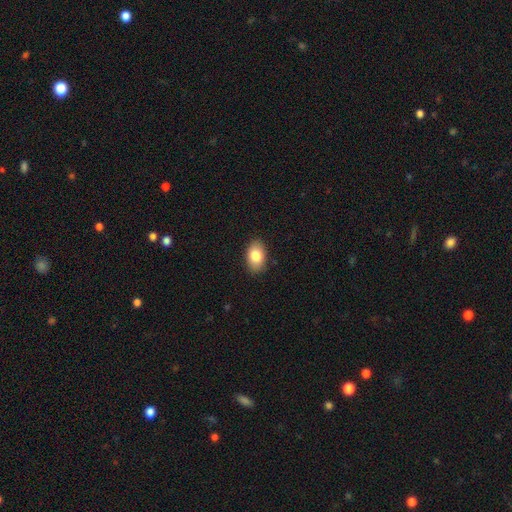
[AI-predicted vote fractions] Q: Smooth or featured?
A: smooth (83%); runner-up: featured or disk (9%)
Q: How rounded?
A: in between (89%); runner-up: round (10%)
Q: Merging?
A: none (87%); runner-up: minor disturbance (10%)